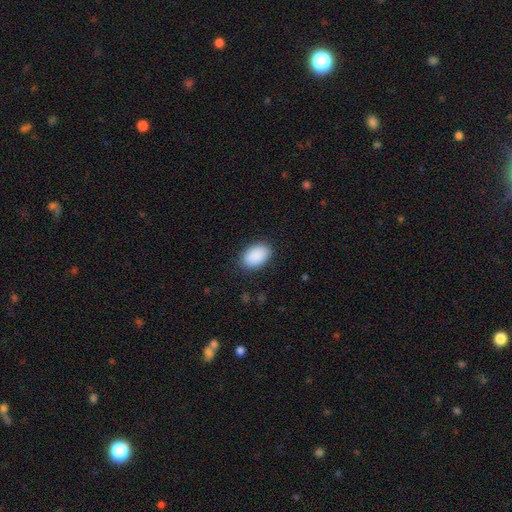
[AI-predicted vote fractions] A smooth galaxy with no disk features (91%) that is in between round and cigar-shaped (90%). Merging: none (87%).